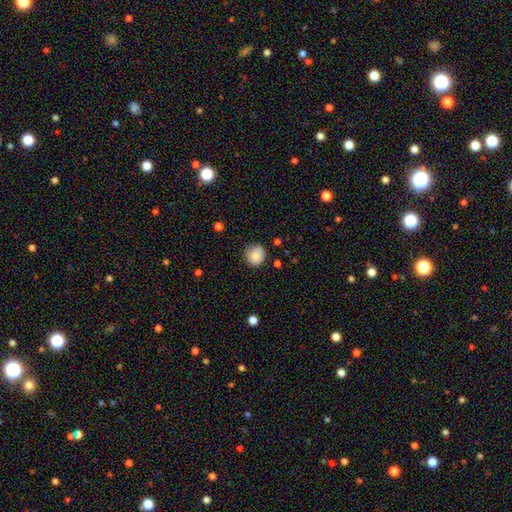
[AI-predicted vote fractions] smooth-or-featured: smooth: 85% | star or artifact: 9% | featured or disk: 6%
  how-rounded: round: 85% | in between: 14% | cigar-shaped: 1%
  merging: none: 76% | minor disturbance: 19% | major disturbance: 4% | merger: 2%